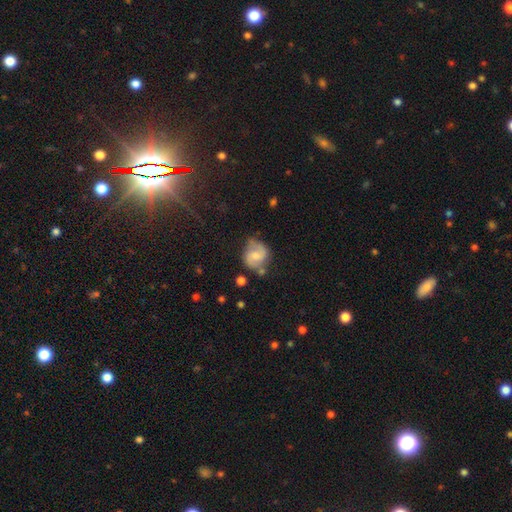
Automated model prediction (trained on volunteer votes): Q: Smooth or featured?
A: featured or disk (54%); runner-up: smooth (38%)
Q: Edge-on disk?
A: no (97%); runner-up: yes (3%)
Q: Bar?
A: weak (47%); runner-up: no (41%)
Q: Spiral arms?
A: yes (87%); runner-up: no (13%)
Q: Bulge size?
A: moderate (43%); runner-up: small (37%)
Q: Merging?
A: none (61%); runner-up: minor disturbance (24%)